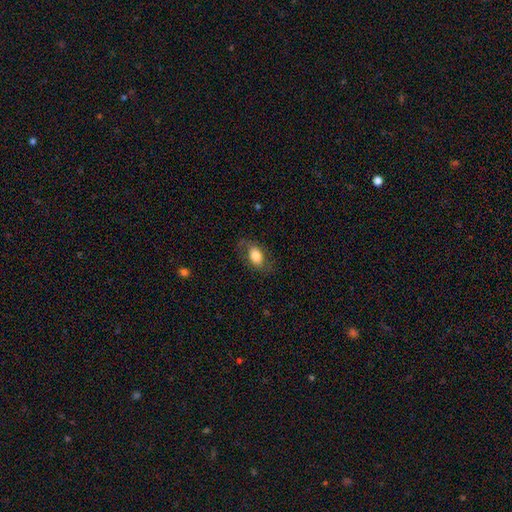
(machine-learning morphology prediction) Smooth or featured?
  - smooth: 73% *
  - featured or disk: 20%
  - star or artifact: 7%
How rounded?
  - in between: 88% *
  - round: 10%
  - cigar-shaped: 2%
Merging?
  - none: 73% *
  - minor disturbance: 17%
  - major disturbance: 9%
  - merger: 1%